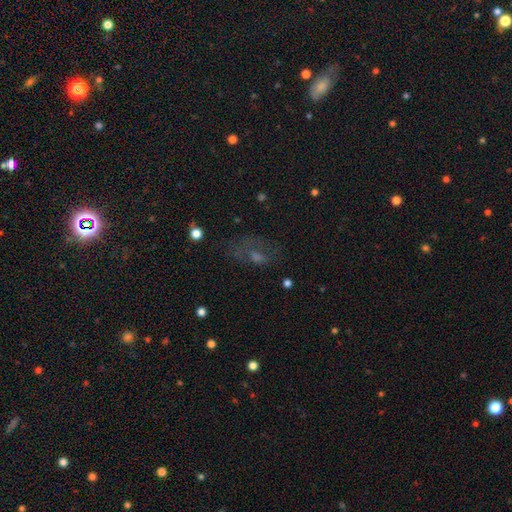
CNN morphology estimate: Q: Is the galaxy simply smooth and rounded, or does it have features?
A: smooth — 36%.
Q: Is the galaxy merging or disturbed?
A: none — 53%.